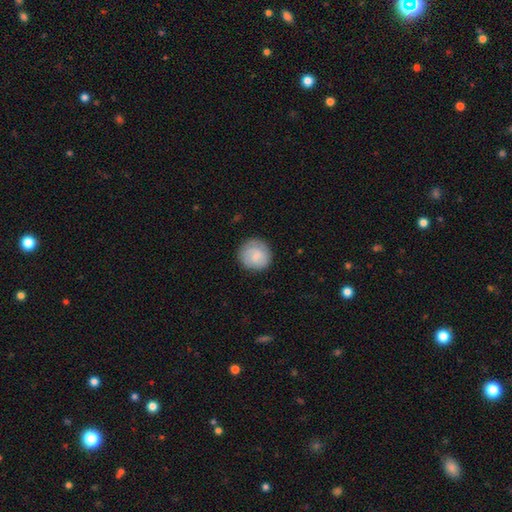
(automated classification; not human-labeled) Smooth or featured? Predicted: smooth (p=0.68). How rounded? Predicted: round (p=0.91). Merging? Predicted: none (p=0.83).